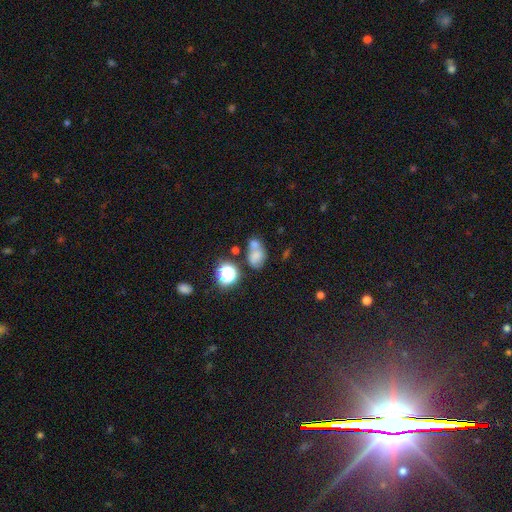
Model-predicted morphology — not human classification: type=smooth (64%); roundness=in between (62%); merging=merger (48%).